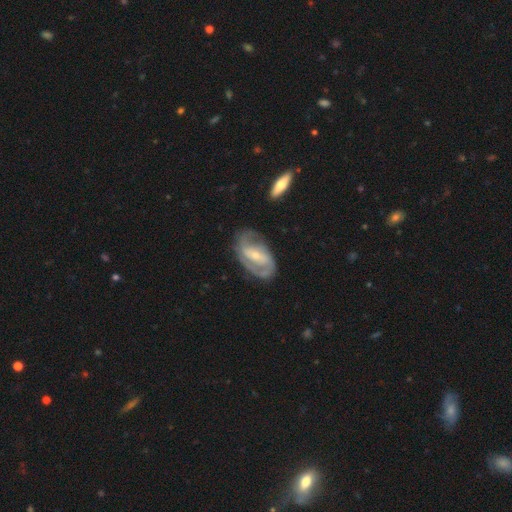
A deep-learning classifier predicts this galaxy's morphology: featured or disk 83%, smooth 12%, star or artifact 5%. Down the decision tree: edge-on disk — no (96%); bar — strong (39%, tied with weak); spiral arms — yes (90%); spiral arm count — 2 (78%); spiral winding — medium (46%); bulge size — small (60%); merging — none (68%).